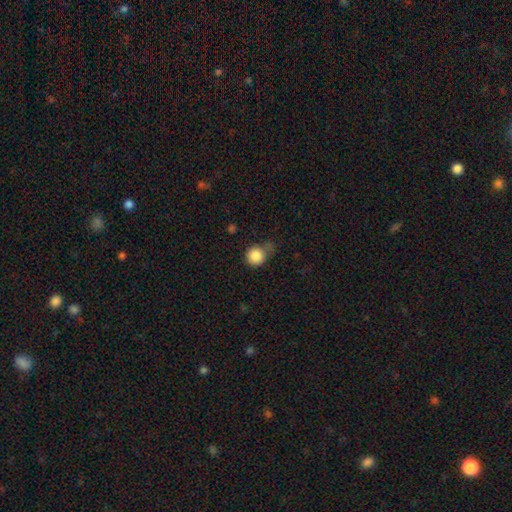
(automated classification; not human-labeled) Smooth or featured: smooth — 86% (star or artifact — 10%)
How rounded: round — 89% (in between — 10%)
Merging: none — 51% (minor disturbance — 32%)